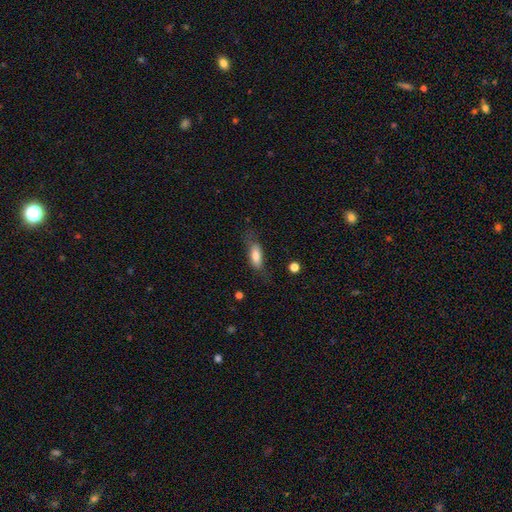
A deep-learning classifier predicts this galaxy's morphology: Smooth or featured?
  - smooth: 75% *
  - featured or disk: 17%
  - star or artifact: 7%
How rounded?
  - in between: 71% *
  - cigar-shaped: 26%
  - round: 3%
Merging?
  - none: 57% *
  - minor disturbance: 26%
  - major disturbance: 14%
  - merger: 2%